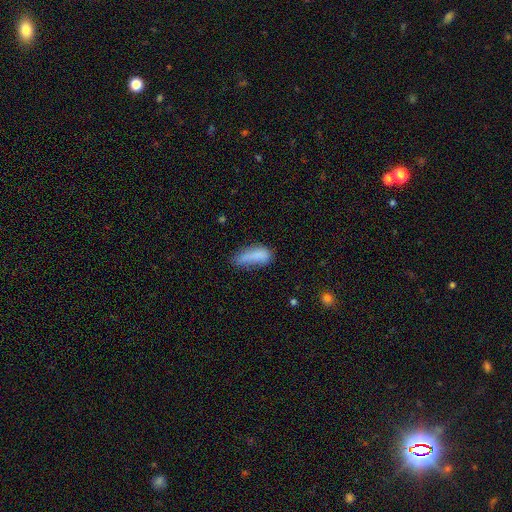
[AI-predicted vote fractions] Smooth or featured? smooth (80%)
How rounded? in between (65%)
Merging? none (41%)